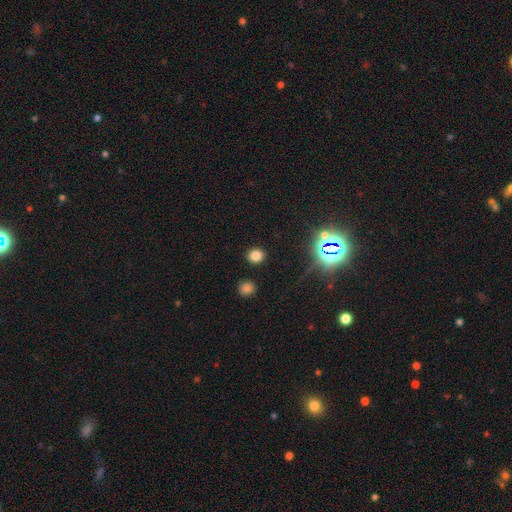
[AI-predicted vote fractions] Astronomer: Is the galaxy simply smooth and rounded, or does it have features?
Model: smooth — 78%.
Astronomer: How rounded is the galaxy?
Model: round — 81%.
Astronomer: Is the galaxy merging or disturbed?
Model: none — 89%.